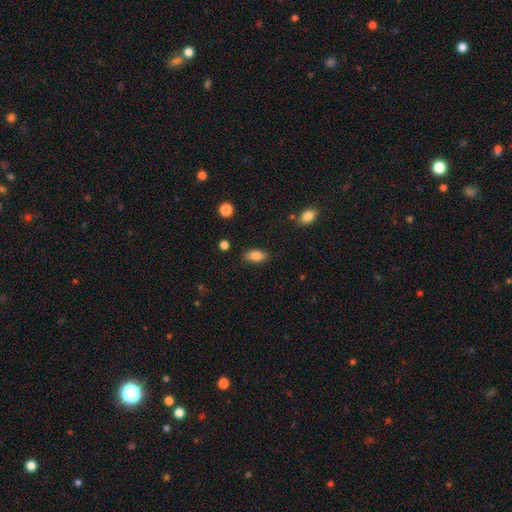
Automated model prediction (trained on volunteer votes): This is likely a smooth galaxy (80%). How rounded: clearly in between (84%). Merging: clearly none (83%).